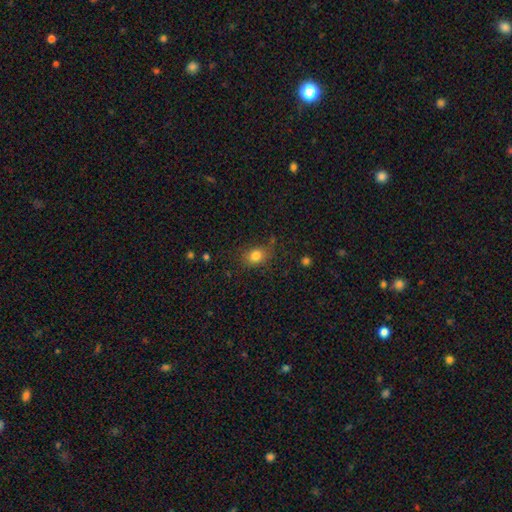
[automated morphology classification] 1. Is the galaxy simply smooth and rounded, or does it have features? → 81% smooth, 12% star or artifact, 7% featured or disk.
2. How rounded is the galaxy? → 50% in between, 49% round, 1% cigar-shaped.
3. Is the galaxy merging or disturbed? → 77% none, 16% minor disturbance, 5% major disturbance, 2% merger.